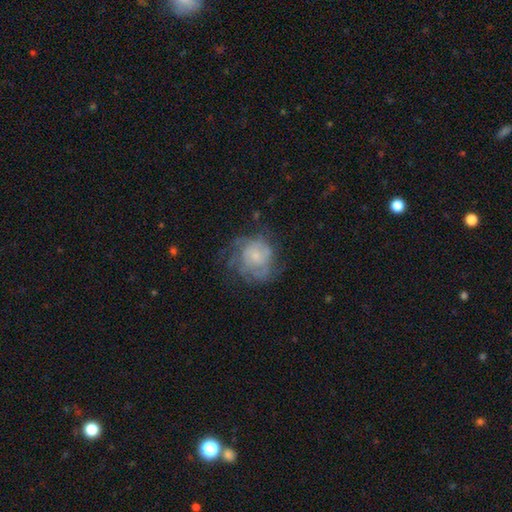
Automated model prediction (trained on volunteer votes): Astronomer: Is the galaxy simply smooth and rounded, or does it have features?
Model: featured or disk — 64%.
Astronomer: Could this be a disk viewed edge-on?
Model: no — 98%.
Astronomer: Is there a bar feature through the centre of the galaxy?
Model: no — 79%.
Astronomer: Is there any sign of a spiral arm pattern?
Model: yes — 77%.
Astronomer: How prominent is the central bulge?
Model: small — 59%.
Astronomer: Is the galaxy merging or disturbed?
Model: none — 55%.